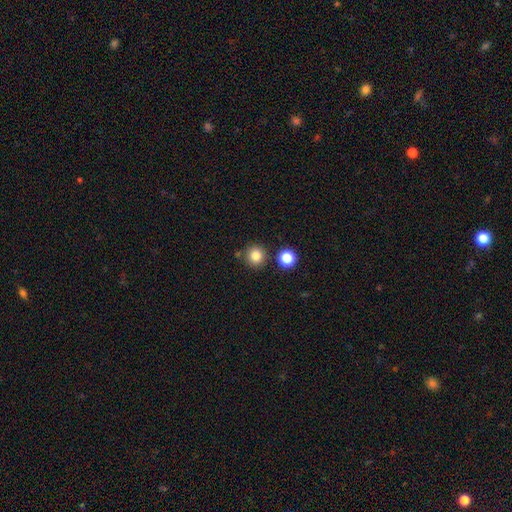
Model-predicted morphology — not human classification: Q: Smooth or featured?
A: smooth (82%); runner-up: star or artifact (12%)
Q: How rounded?
A: round (93%); runner-up: in between (6%)
Q: Merging?
A: none (82%); runner-up: minor disturbance (8%)